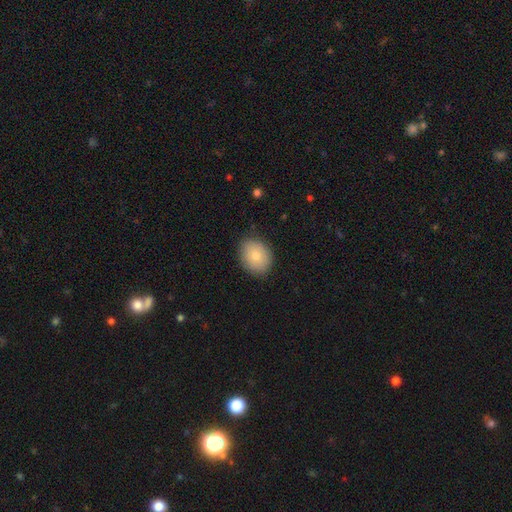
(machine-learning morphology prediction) Smooth or featured? smooth (79%)
How rounded? in between (50%)
Merging? none (85%)